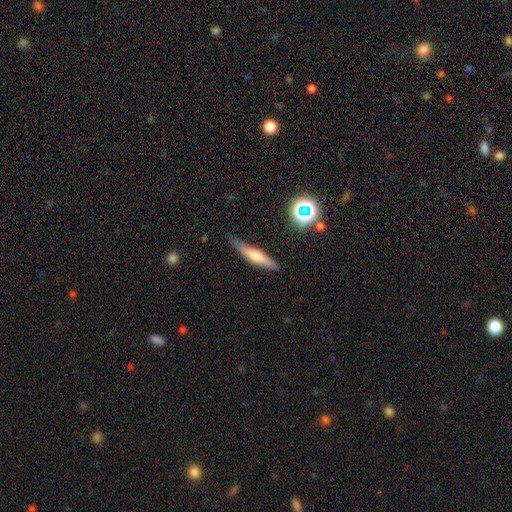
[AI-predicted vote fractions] This is possibly a smooth galaxy (47%). Merging: likely none (73%).